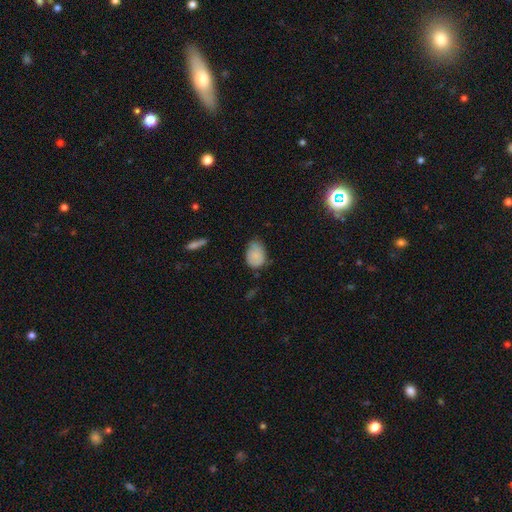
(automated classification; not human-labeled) Overall: smooth (82%). How rounded: in between (75%). Merging: none (50%; minor disturbance 40%).